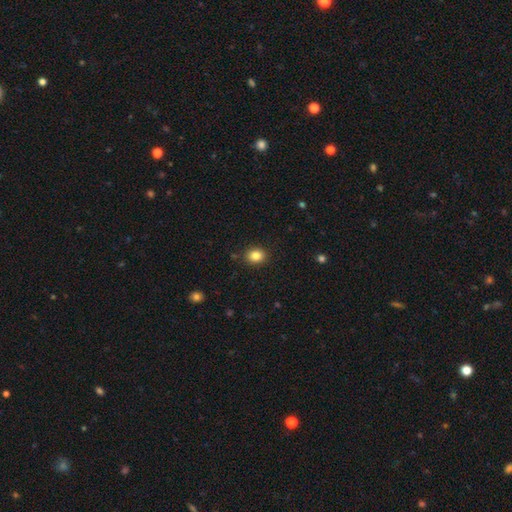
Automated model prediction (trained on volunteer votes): smooth_or_featured: smooth (p=0.84) [alt: star or artifact p=0.10]
how_rounded: round (p=0.57) [alt: in between p=0.42]
merging: none (p=0.89) [alt: minor disturbance p=0.08]